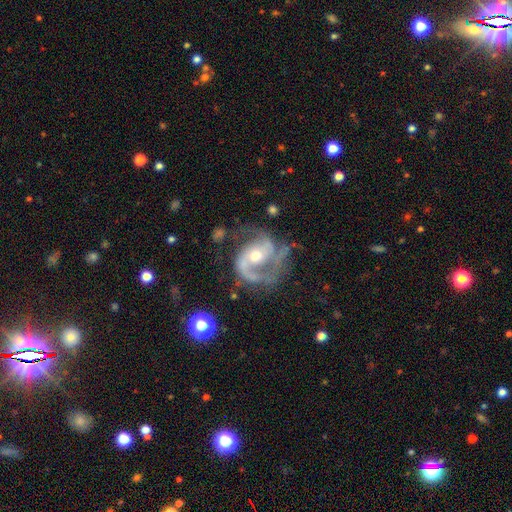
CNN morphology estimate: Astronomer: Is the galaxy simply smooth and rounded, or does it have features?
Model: featured or disk — 90%.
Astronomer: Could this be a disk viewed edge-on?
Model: no — 98%.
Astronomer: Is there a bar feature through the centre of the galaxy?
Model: no — 50% (runner-up: weak, 37%).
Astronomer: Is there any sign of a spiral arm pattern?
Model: yes — 97%.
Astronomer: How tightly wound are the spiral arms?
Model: medium — 54%.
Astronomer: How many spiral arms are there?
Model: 2 — 65%.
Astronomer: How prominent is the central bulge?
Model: moderate — 67%.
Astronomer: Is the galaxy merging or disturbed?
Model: none — 56%.